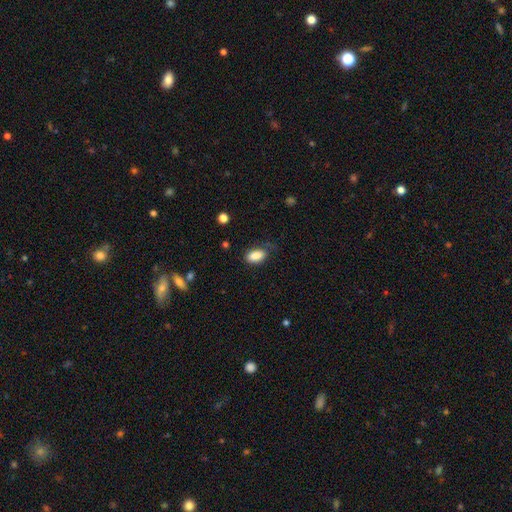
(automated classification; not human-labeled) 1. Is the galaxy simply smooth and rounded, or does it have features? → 86% smooth, 7% star or artifact, 7% featured or disk.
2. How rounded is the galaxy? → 92% in between, 4% round, 4% cigar-shaped.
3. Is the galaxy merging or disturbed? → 69% none, 22% minor disturbance, 8% major disturbance, 2% merger.